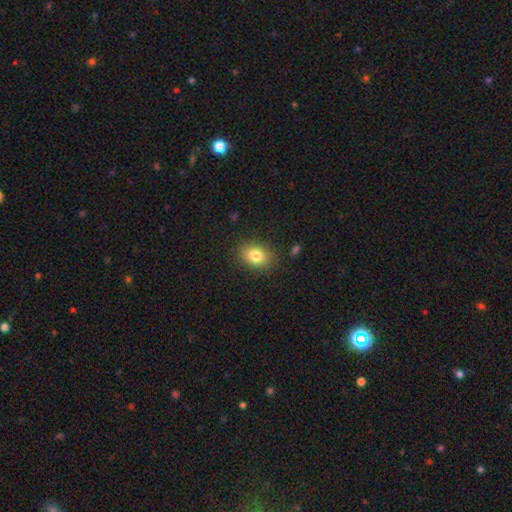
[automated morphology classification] Overall: smooth (82%). How rounded: in between (65%; round 34%). Merging: none (86%).